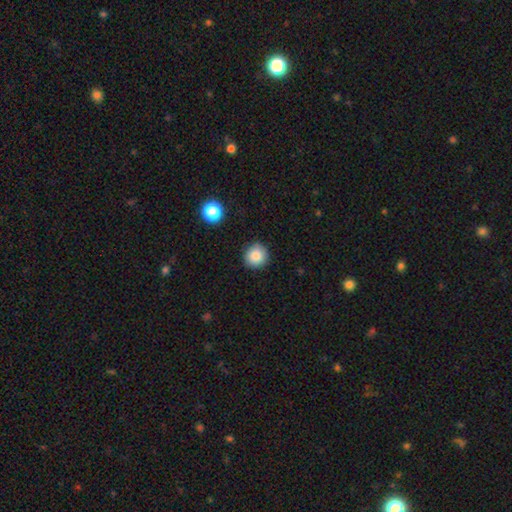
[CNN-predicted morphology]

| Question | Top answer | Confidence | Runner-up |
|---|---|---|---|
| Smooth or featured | smooth | 85% | star or artifact (10%) |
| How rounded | round | 94% | in between (5%) |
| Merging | none | 89% | minor disturbance (7%) |